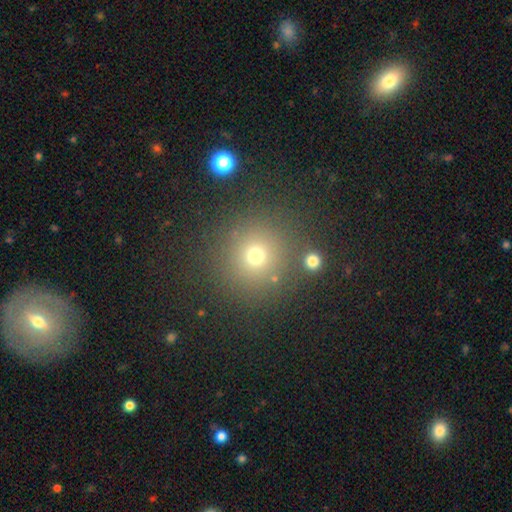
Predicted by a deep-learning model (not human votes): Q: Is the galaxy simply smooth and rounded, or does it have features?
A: smooth — 70%.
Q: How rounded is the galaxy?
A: round — 93%.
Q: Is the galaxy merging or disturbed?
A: none — 83%.